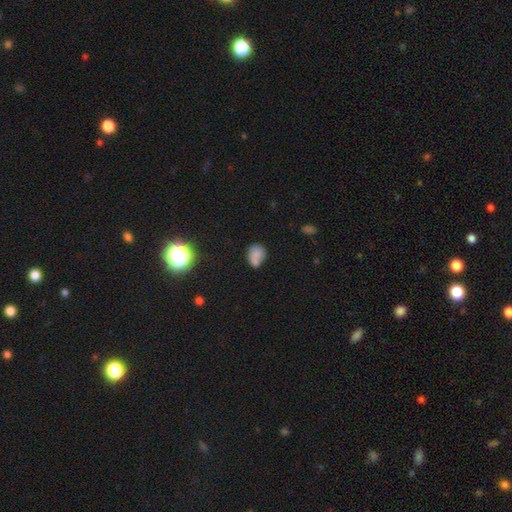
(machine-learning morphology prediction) Smooth or featured: smooth — 72% (star or artifact — 14%)
How rounded: round — 51% (in between — 47%)
Merging: none — 45% (merger — 27%)